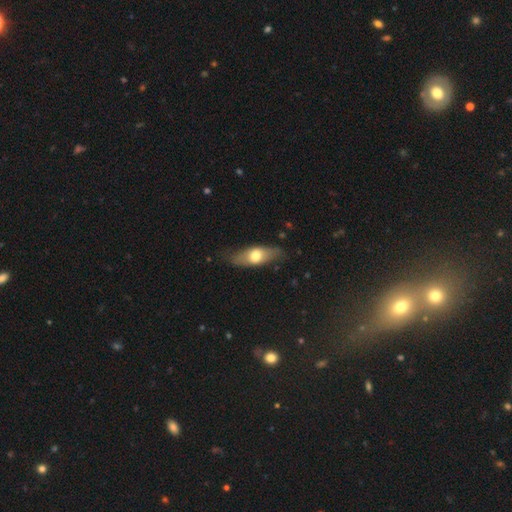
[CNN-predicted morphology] Overall: smooth (59%; featured or disk 35%). How rounded: in between (69%). Merging: none (76%).